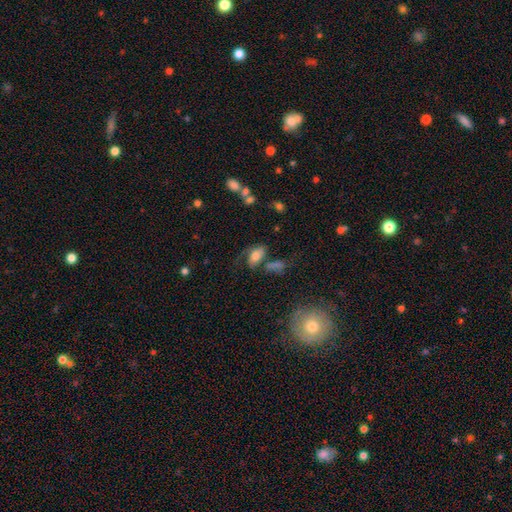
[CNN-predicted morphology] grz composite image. It shows a smooth galaxy with no disk features (55%) that is in between round and cigar-shaped (88%). Merging: none (36%).